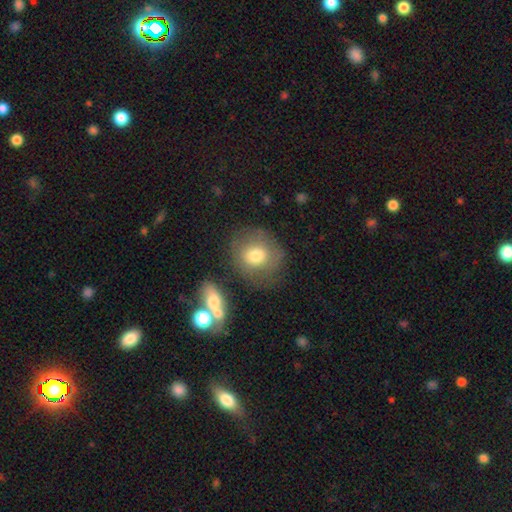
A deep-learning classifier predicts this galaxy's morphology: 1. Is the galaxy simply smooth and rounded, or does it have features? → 73% smooth, 18% featured or disk, 9% star or artifact.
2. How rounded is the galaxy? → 79% round, 20% in between, 1% cigar-shaped.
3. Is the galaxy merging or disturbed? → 68% none, 17% minor disturbance, 8% major disturbance, 8% merger.